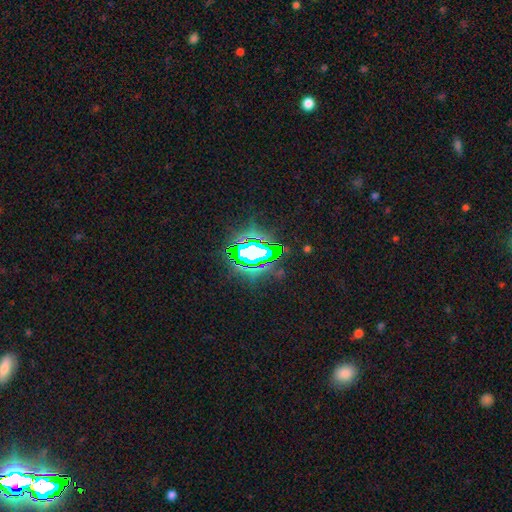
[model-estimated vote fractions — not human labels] smooth_or_featured: star or artifact (p=0.75) [alt: smooth p=0.15]